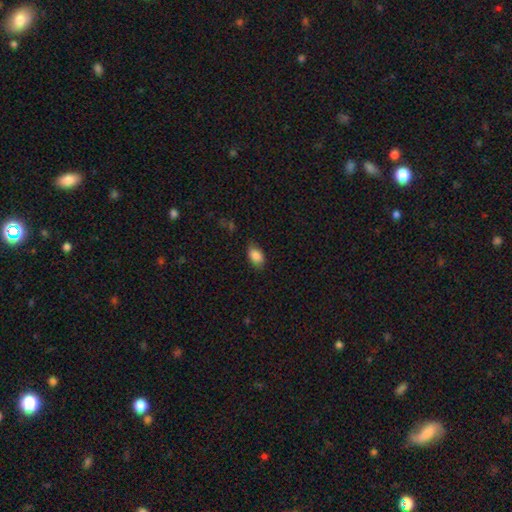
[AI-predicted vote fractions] This is clearly a smooth galaxy (86%). How rounded: clearly in between (89%). Merging: likely none (76%).